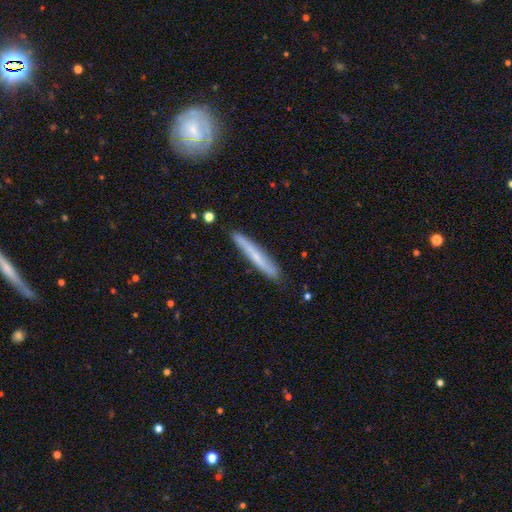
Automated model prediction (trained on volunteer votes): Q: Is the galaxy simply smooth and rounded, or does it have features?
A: smooth — 52%.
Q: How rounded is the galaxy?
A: cigar-shaped — 95%.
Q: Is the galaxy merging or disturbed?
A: none — 85%.